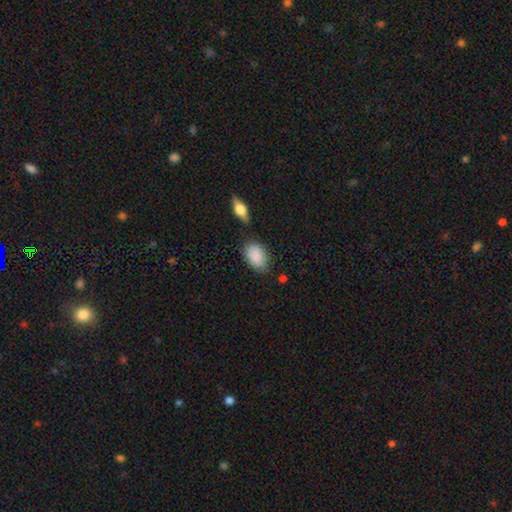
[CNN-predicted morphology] This is clearly a smooth galaxy (88%). How rounded: clearly in between (89%). Merging: likely none (73%).